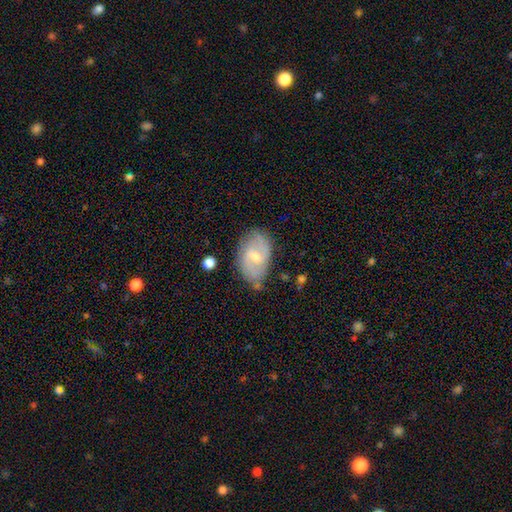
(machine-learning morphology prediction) This appears to be a featured or disk galaxy (65%) with a weak bar (61%), 2 (73%) medium (45%) spiral arms (84%) and a small central bulge (54%). Merging: none (66%).